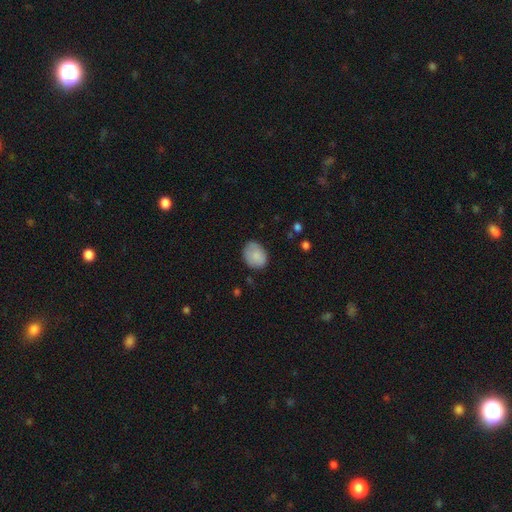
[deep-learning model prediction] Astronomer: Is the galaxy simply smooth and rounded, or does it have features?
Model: smooth — 83%.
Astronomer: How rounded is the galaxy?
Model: in between — 60% (runner-up: round, 39%).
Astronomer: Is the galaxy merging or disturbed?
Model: none — 71%.